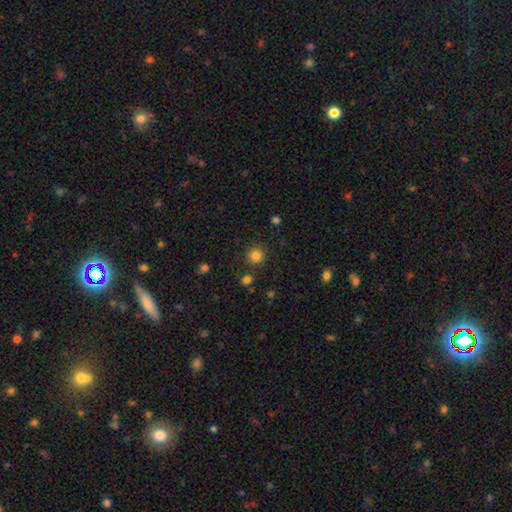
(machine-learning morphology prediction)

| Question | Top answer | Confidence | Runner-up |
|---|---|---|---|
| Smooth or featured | smooth | 83% | star or artifact (13%) |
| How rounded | round | 93% | in between (6%) |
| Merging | none | 87% | minor disturbance (7%) |